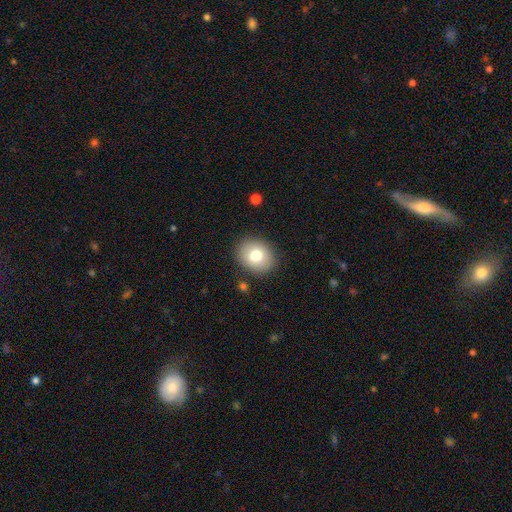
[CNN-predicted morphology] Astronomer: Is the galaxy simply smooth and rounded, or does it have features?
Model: smooth — 77%.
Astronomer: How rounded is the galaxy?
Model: in between — 50% (runner-up: round, 49%).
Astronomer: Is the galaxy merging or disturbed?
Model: none — 87%.